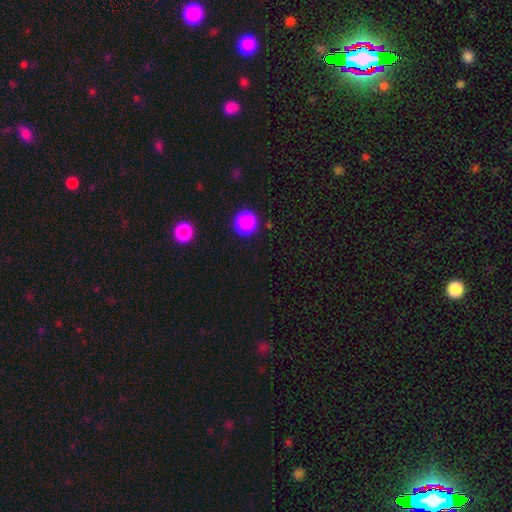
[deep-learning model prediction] Smooth or featured: smooth — 64% (star or artifact — 30%)
How rounded: round — 88% (in between — 11%)
Merging: none — 85% (minor disturbance — 8%)